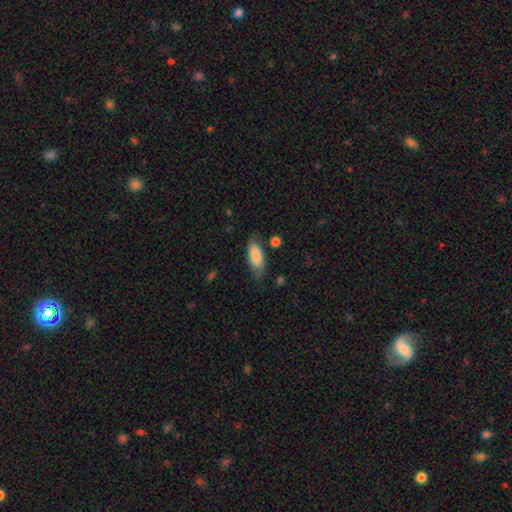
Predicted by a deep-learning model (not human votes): A smooth galaxy with no disk features (79%) that is in between round and cigar-shaped (85%).

Vote fractions:
- Smooth or featured? smooth: 79% / featured or disk: 14% / star or artifact: 7%
- How rounded? in between: 85% / cigar-shaped: 12% / round: 2%
- Merging? none: 65% / minor disturbance: 24% / major disturbance: 7% / merger: 3%